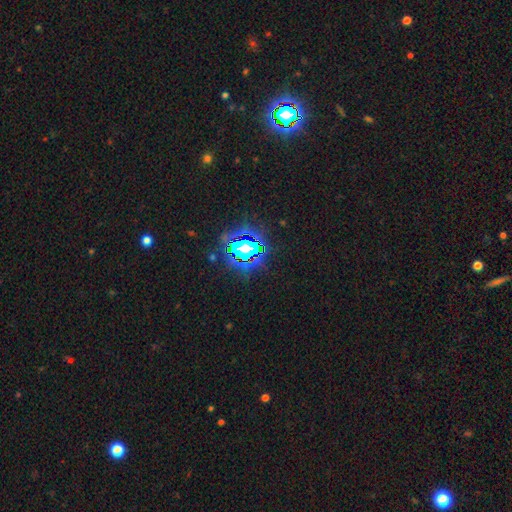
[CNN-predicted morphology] Smooth or featured: star or artifact — 82% (smooth — 11%)